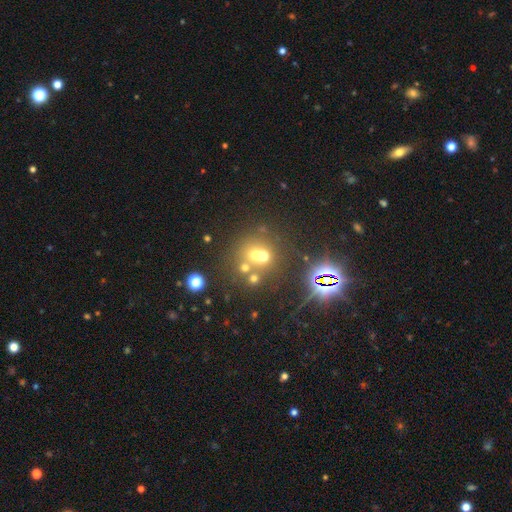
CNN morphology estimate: Smooth or featured?
  - smooth: 48% *
  - star or artifact: 34%
  - featured or disk: 18%
Merging?
  - none: 50% *
  - merger: 35%
  - minor disturbance: 9%
  - major disturbance: 6%